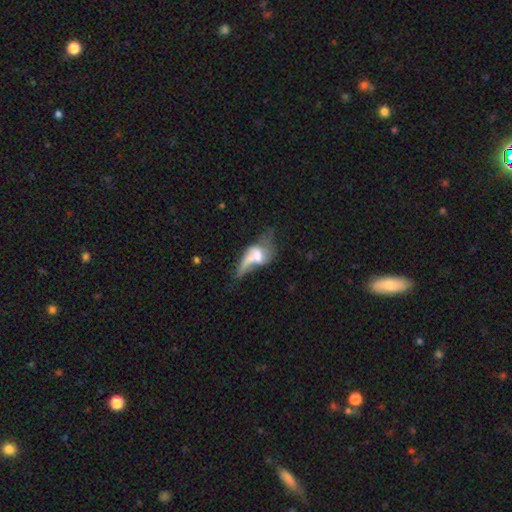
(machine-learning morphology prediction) Smooth or featured? featured or disk (53%)
Edge-on disk? no (89%)
Merging? merger (43%)